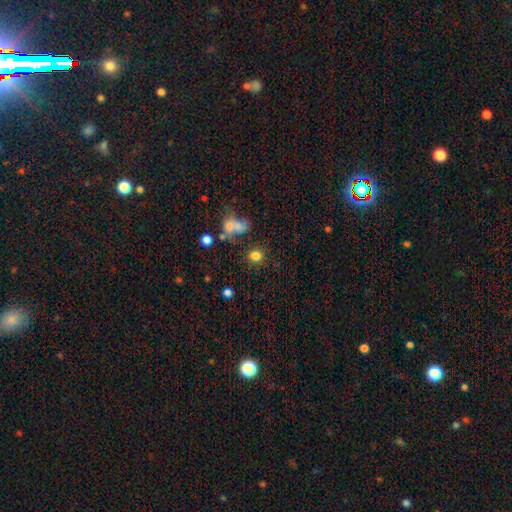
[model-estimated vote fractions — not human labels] Smooth or featured? Predicted: smooth (p=0.80). How rounded? Predicted: round (p=0.75). Merging? Predicted: none (p=0.76).